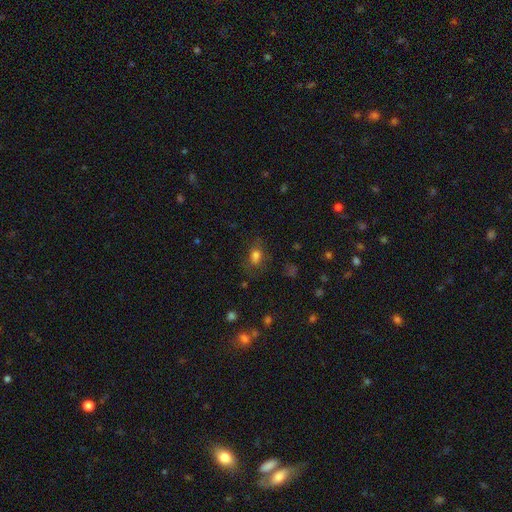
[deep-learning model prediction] smooth-or-featured: smooth: 72% | star or artifact: 16% | featured or disk: 12%
  how-rounded: in between: 68% | round: 29% | cigar-shaped: 2%
  merging: none: 58% | minor disturbance: 21% | major disturbance: 11% | merger: 11%